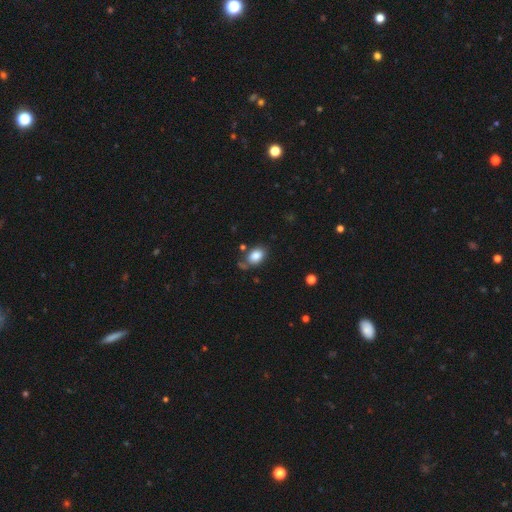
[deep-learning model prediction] Overall: smooth (85%). How rounded: in between (79%). Merging: none (70%).